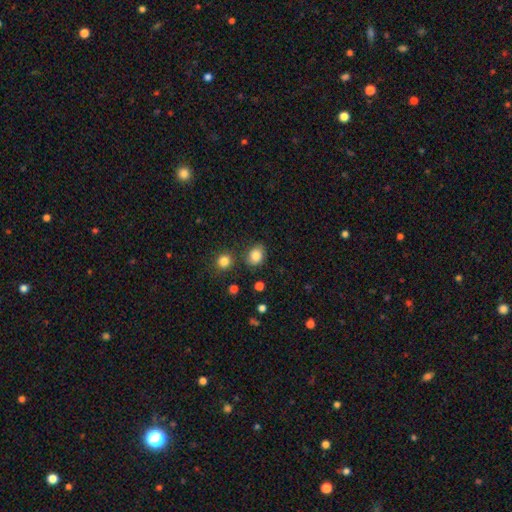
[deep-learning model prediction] Smooth or featured? smooth (85%)
How rounded? round (50%)
Merging? none (77%)